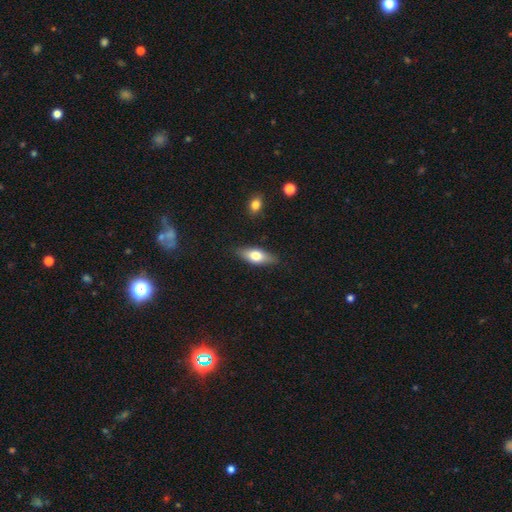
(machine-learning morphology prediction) Smooth or featured? smooth (67%)
How rounded? in between (72%)
Merging? none (84%)